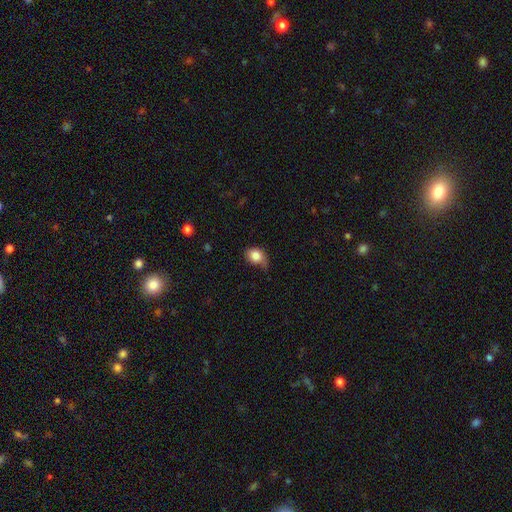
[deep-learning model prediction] A smooth galaxy with no disk features (82%) that is in between round and cigar-shaped (49%, tied with round). Merging: none (44%).